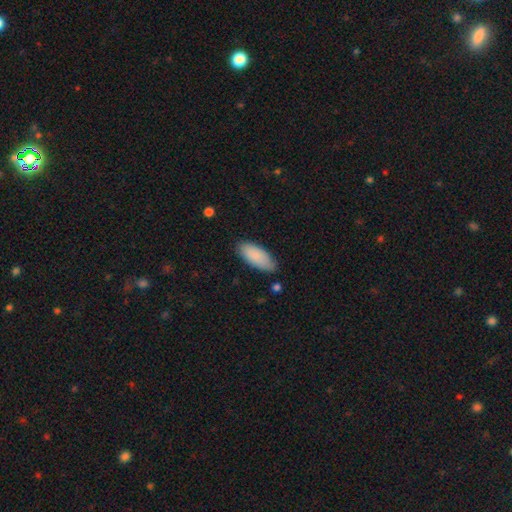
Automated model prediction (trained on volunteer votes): Smooth or featured?
  - smooth: 86% *
  - featured or disk: 9%
  - star or artifact: 6%
How rounded?
  - in between: 85% *
  - cigar-shaped: 13%
  - round: 2%
Merging?
  - none: 78% *
  - minor disturbance: 17%
  - major disturbance: 3%
  - merger: 2%